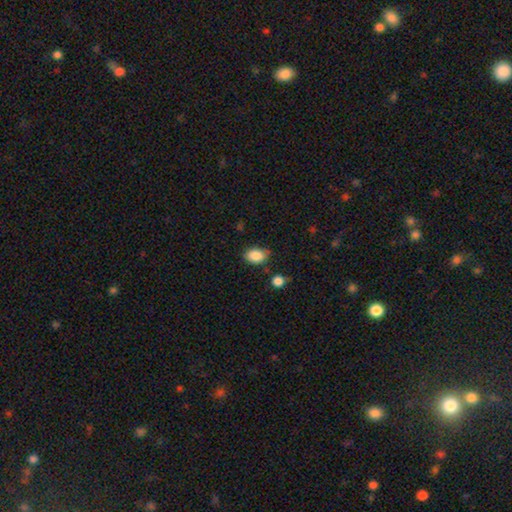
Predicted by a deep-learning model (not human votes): A smooth galaxy with no disk features (87%) that is in between round and cigar-shaped (78%).

Vote fractions:
- Smooth or featured? smooth: 87% / star or artifact: 8% / featured or disk: 5%
- How rounded? in between: 78% / round: 21% / cigar-shaped: 1%
- Merging? none: 75% / minor disturbance: 18% / major disturbance: 4% / merger: 3%